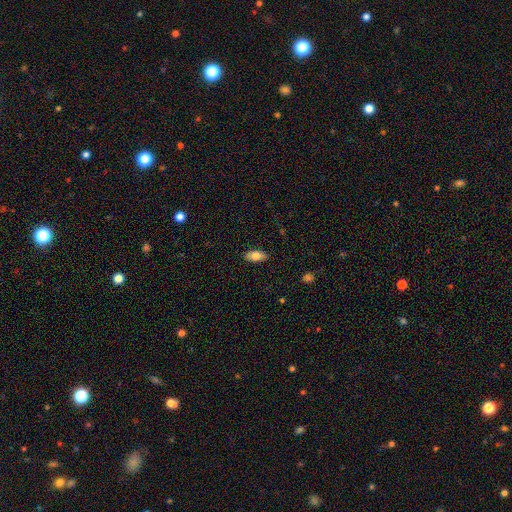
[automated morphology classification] Smooth or featured: smooth — 77% (featured or disk — 16%)
How rounded: in between — 89% (cigar-shaped — 8%)
Merging: none — 88% (minor disturbance — 9%)